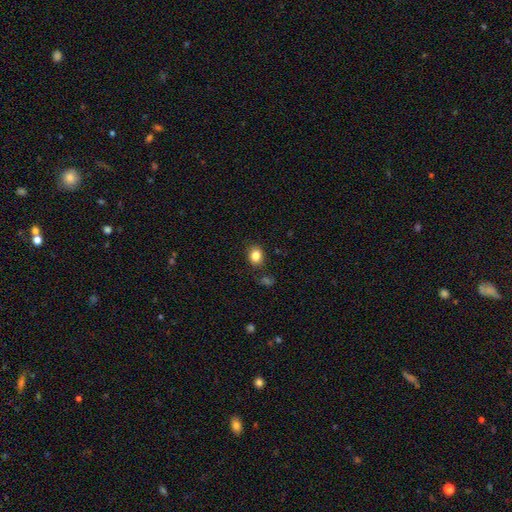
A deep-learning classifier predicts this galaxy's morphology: The model was most divided on "how rounded": round: 56%, in between: 43%, cigar-shaped: 1%. More confident: merging — none (84%); smooth or featured — smooth (83%).